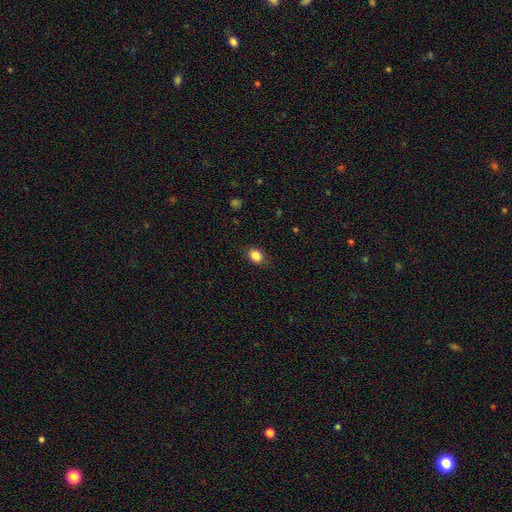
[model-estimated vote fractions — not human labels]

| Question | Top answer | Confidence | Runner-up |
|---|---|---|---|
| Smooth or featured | smooth | 85% | star or artifact (9%) |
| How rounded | in between | 63% | round (36%) |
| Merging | none | 83% | minor disturbance (12%) |